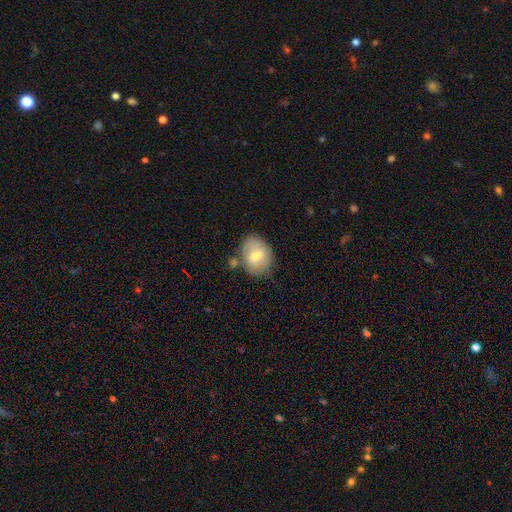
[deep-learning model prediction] smooth_or_featured: smooth (p=0.61) [alt: featured or disk p=0.31]
how_rounded: in between (p=0.61) [alt: round p=0.38]
merging: none (p=0.66) [alt: minor disturbance p=0.20]